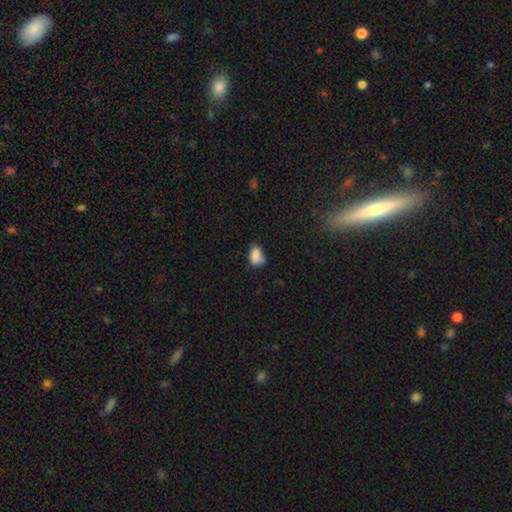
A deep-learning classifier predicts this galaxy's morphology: Smooth or featured?
  - smooth: 82% *
  - star or artifact: 10%
  - featured or disk: 8%
How rounded?
  - in between: 81% *
  - round: 18%
  - cigar-shaped: 2%
Merging?
  - none: 45% *
  - minor disturbance: 34%
  - major disturbance: 11%
  - merger: 10%